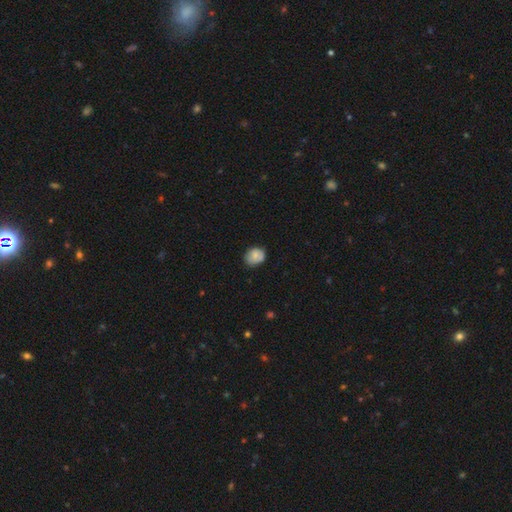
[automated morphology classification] The model was most divided on "how rounded": round: 56%, in between: 43%, cigar-shaped: 1%. More confident: smooth or featured — smooth (77%); merging — none (69%).